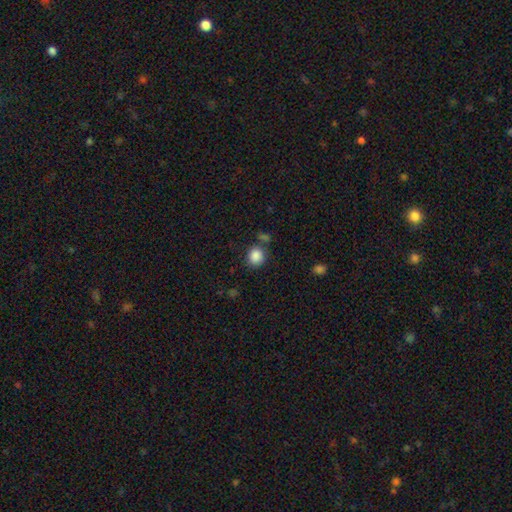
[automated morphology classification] A smooth galaxy with no disk features (87%) that is round (80%).

Vote fractions:
- Smooth or featured? smooth: 87% / star or artifact: 9% / featured or disk: 4%
- How rounded? round: 80% / in between: 19% / cigar-shaped: 1%
- Merging? none: 74% / minor disturbance: 12% / merger: 10% / major disturbance: 4%